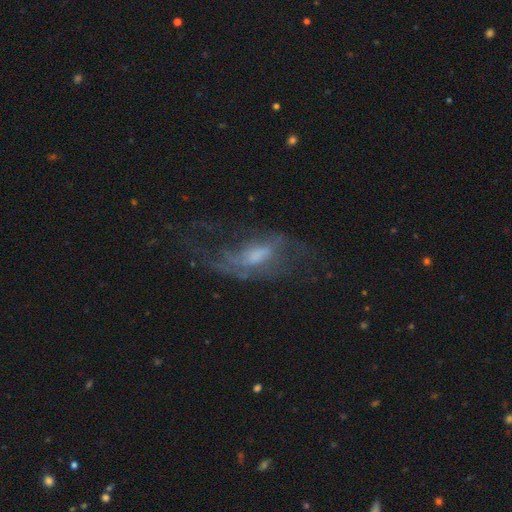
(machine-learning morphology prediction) The model was most divided on "bar": no: 44%, weak: 42%, strong: 14%. Remaining: edge-on disk — no (89%); spiral arms — yes (75%); smooth or featured — featured or disk (71%); merging — none (42%); bulge size — moderate (40%).